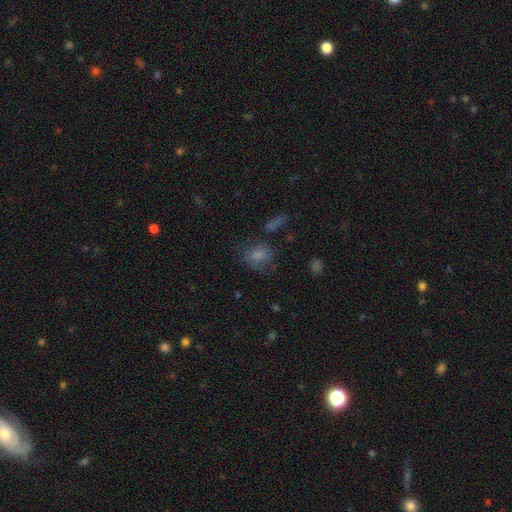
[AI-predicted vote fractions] Smooth or featured? Predicted: smooth (p=0.60). How rounded? Predicted: round (p=0.50). Merging? Predicted: none (p=0.67).